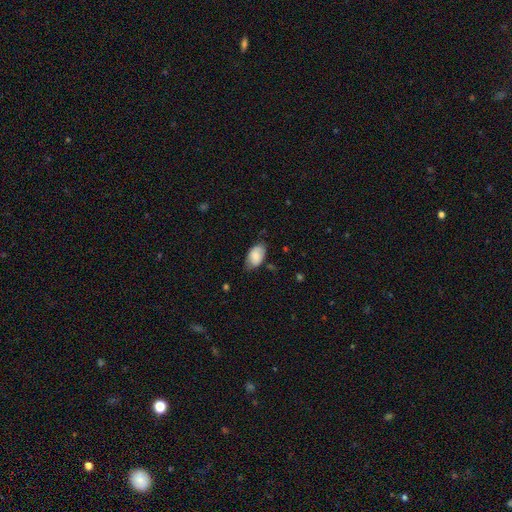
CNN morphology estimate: Smooth or featured? Predicted: smooth (p=0.80). How rounded? Predicted: in between (p=0.93). Merging? Predicted: none (p=0.69).